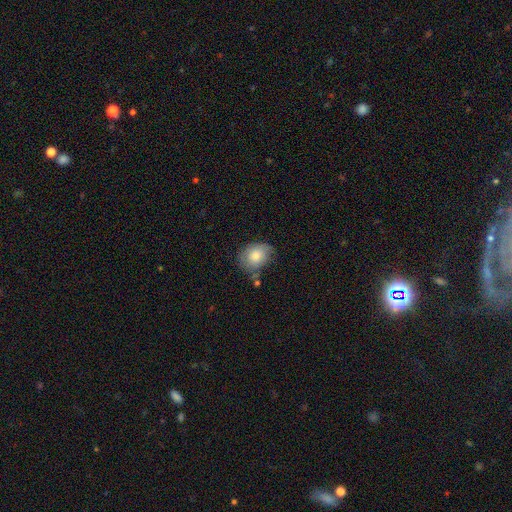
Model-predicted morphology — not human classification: type=smooth (73%); roundness=in between (50%); merging=none (57%).